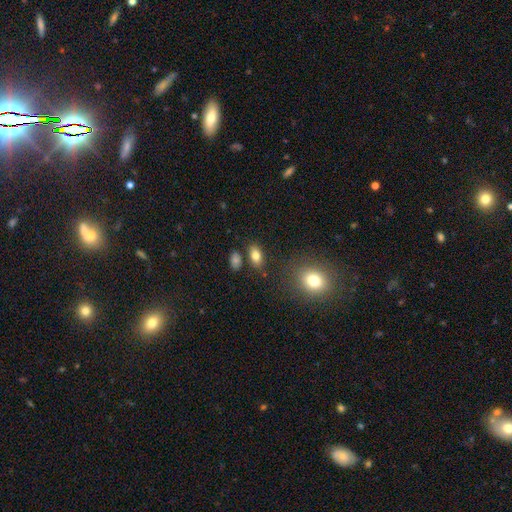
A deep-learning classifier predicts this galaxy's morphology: The model was most divided on "merging": none: 79%, minor disturbance: 11%, merger: 7%, major disturbance: 3%. More confident: how rounded — in between (88%); smooth or featured — smooth (82%).